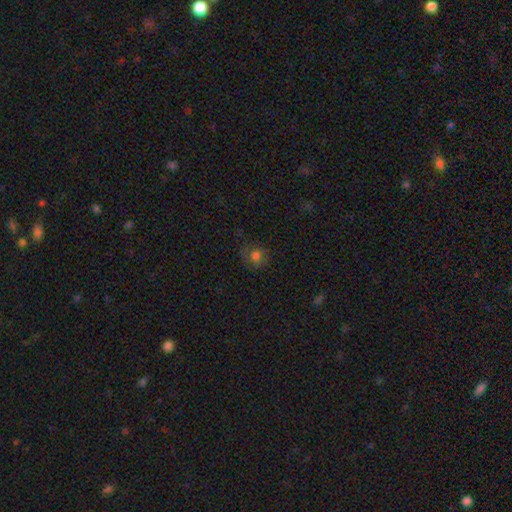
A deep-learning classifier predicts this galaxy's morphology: smooth-or-featured: smooth: 69% | star or artifact: 19% | featured or disk: 12%
  how-rounded: round: 74% | in between: 25% | cigar-shaped: 1%
  merging: none: 69% | minor disturbance: 19% | major disturbance: 10% | merger: 2%